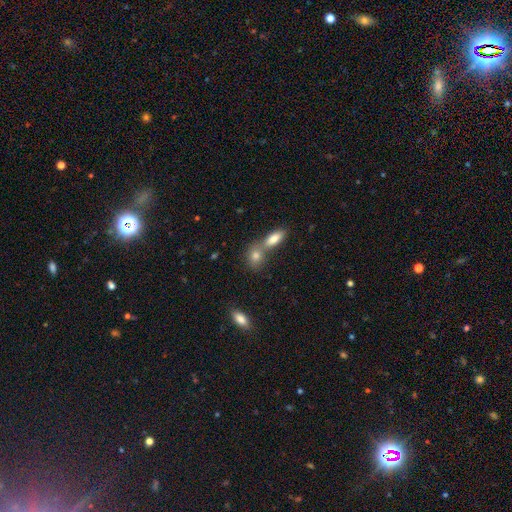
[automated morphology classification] Smooth or featured?
  - smooth: 80% *
  - featured or disk: 11%
  - star or artifact: 9%
How rounded?
  - in between: 59% *
  - round: 34%
  - cigar-shaped: 7%
Merging?
  - merger: 51% *
  - none: 38%
  - minor disturbance: 8%
  - major disturbance: 3%